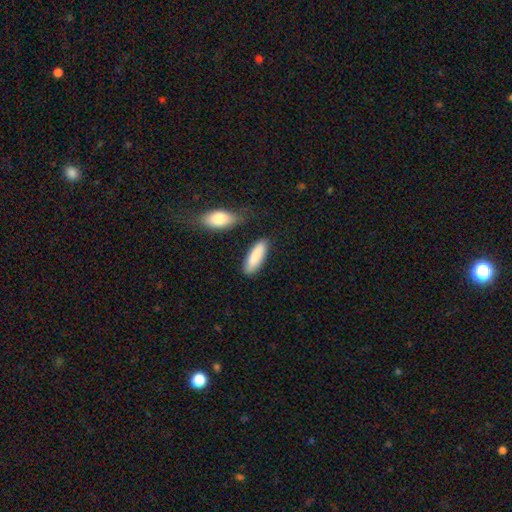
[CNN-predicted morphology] Smooth or featured? Predicted: smooth (p=0.86). How rounded? Predicted: in between (p=0.52). Merging? Predicted: none (p=0.80).